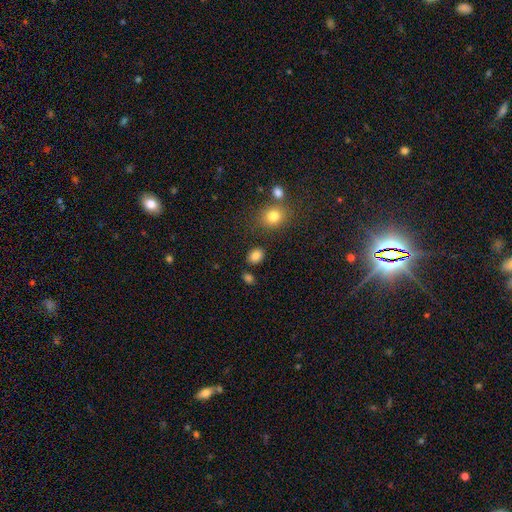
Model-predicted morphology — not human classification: smooth 84%, star or artifact 11%, featured or disk 5%. Down the decision tree: how rounded — in between (61%); merging — none (82%).